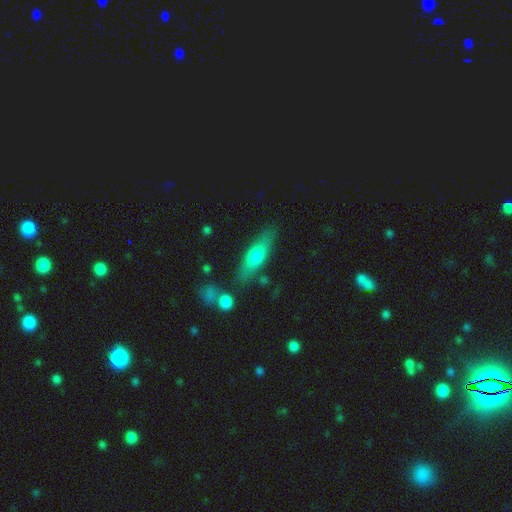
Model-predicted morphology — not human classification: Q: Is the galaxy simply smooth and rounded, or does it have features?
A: smooth — 61%.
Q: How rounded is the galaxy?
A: cigar-shaped — 55%.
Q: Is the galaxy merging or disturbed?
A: none — 77%.